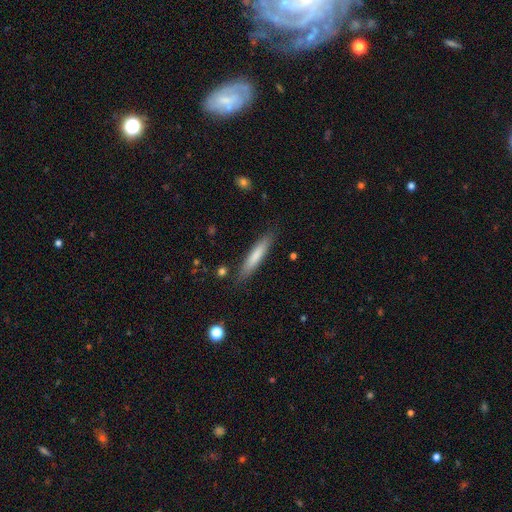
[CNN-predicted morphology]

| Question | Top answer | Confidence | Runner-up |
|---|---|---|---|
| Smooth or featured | smooth | 74% | featured or disk (20%) |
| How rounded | cigar-shaped | 90% | in between (8%) |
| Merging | none | 86% | minor disturbance (11%) |